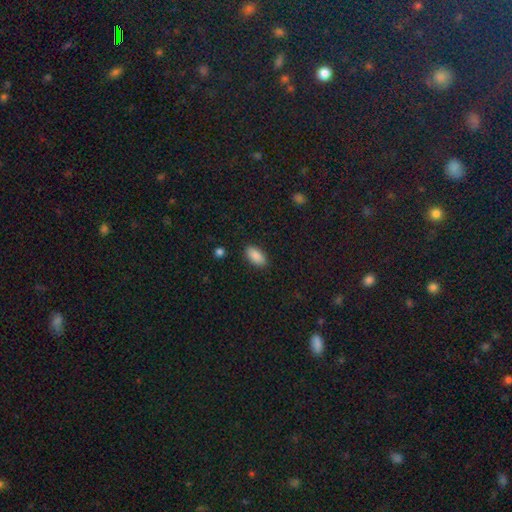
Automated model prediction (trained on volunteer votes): A smooth galaxy with no disk features (89%) that is in between round and cigar-shaped (92%).

Vote fractions:
- Smooth or featured? smooth: 89% / star or artifact: 7% / featured or disk: 4%
- How rounded? in between: 92% / cigar-shaped: 5% / round: 3%
- Merging? none: 88% / minor disturbance: 8% / major disturbance: 2% / merger: 1%